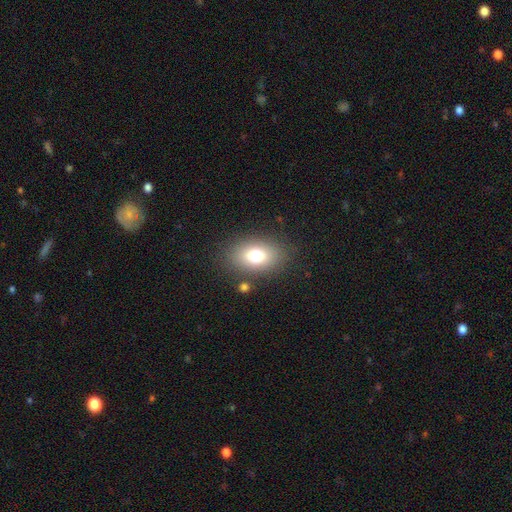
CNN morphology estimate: smooth 74%, featured or disk 14%, star or artifact 12%. Down the decision tree: how rounded — in between (77%); merging — none (83%).